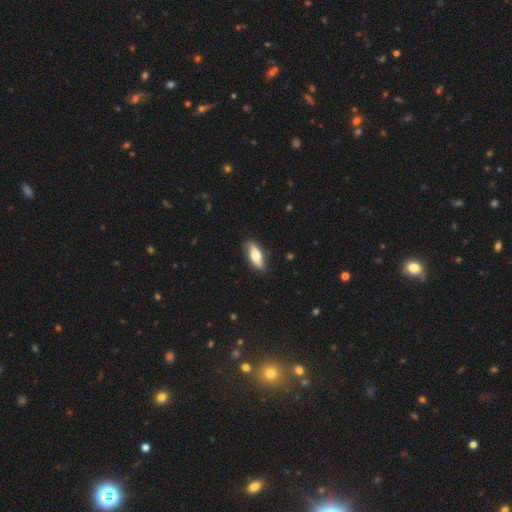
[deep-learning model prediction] smooth_or_featured: smooth (p=0.64) [alt: featured or disk p=0.31]
how_rounded: in between (p=0.75) [alt: cigar-shaped p=0.22]
merging: none (p=0.84) [alt: minor disturbance p=0.13]